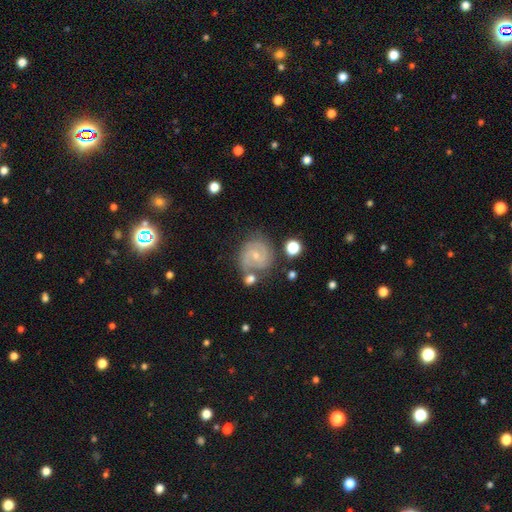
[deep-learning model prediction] Overall: featured or disk (81%). Edge-on disk: no (98%). Bar: no (52%; weak 40%). Spiral arms: yes (96%). Spiral arm count: 2 (71%). Spiral winding: tight (56%; medium 37%). Bulge size: small (68%; moderate 28%). Merging: none (67%).